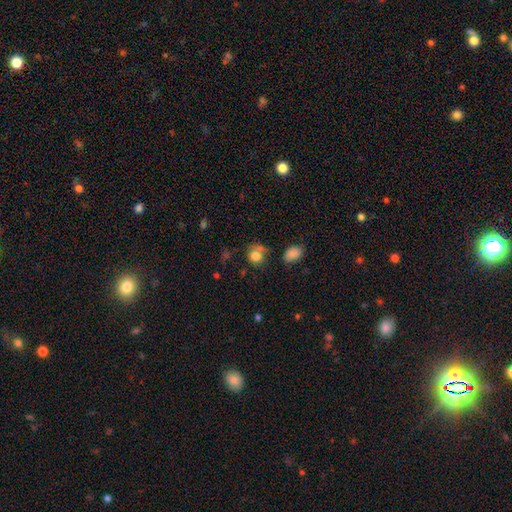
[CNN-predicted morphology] The model was most divided on "merging": none: 54%, merger: 19%, minor disturbance: 18%, major disturbance: 9%. More confident: smooth or featured — smooth (80%); how rounded — round (69%).